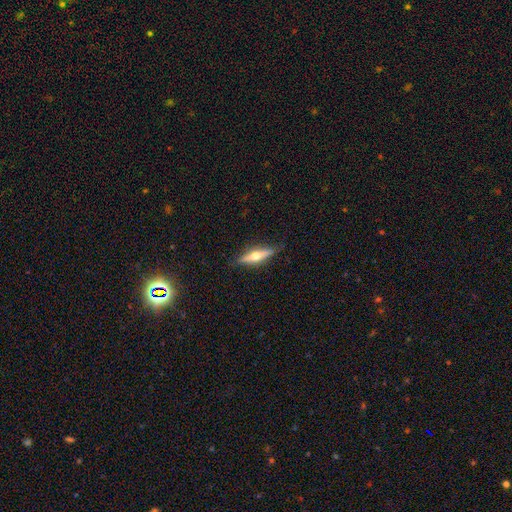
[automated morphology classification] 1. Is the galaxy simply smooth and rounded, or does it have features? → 68% featured or disk, 26% smooth, 6% star or artifact.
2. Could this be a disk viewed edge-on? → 95% yes, 5% no.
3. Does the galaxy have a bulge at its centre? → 95% rounded, 2% none, 2% boxy.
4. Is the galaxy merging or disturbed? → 87% none, 10% minor disturbance, 2% major disturbance, 1% merger.